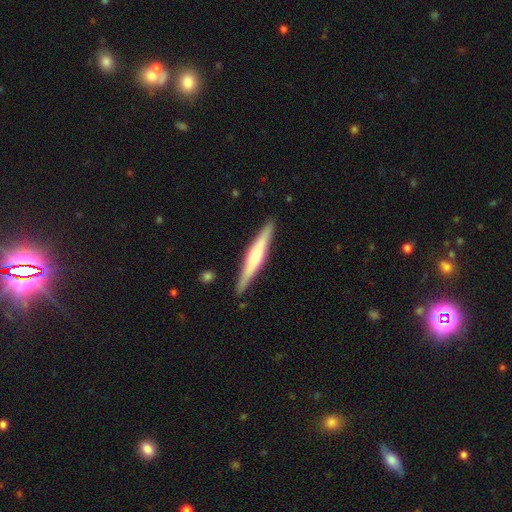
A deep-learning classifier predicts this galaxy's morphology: This is possibly a featured or disk galaxy (60%). It is clearly viewed edge-on (97%). Edge-on bulge: likely rounded (69%). Merging: clearly none (89%).